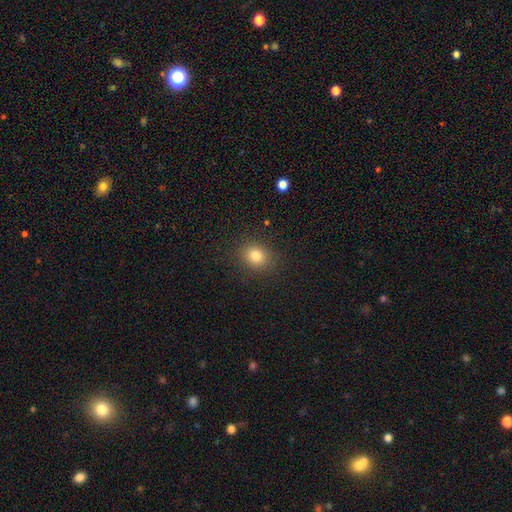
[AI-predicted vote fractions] smooth 81%, star or artifact 12%, featured or disk 7%. Down the decision tree: how rounded — round (67%); merging — none (88%).